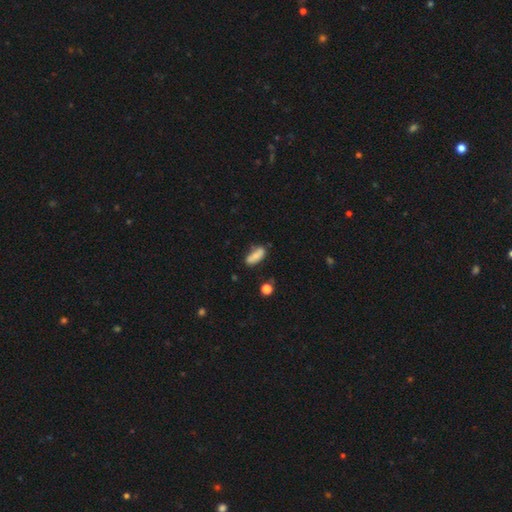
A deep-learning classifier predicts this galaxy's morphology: Smooth or featured: smooth — 73% (featured or disk — 19%)
How rounded: in between — 75% (cigar-shaped — 21%)
Merging: none — 60% (minor disturbance — 24%)